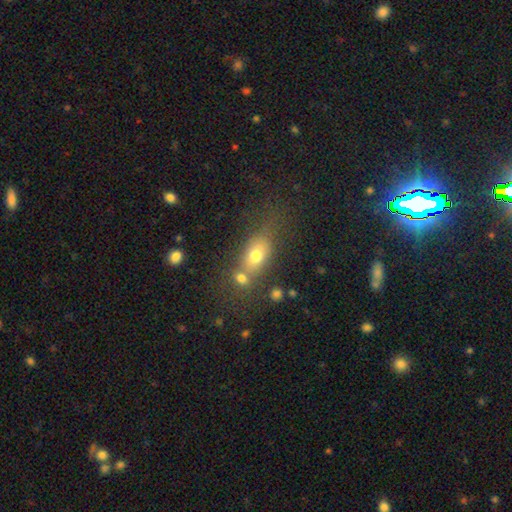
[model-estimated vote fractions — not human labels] Smooth or featured? smooth (70%)
How rounded? in between (71%)
Merging? none (47%)